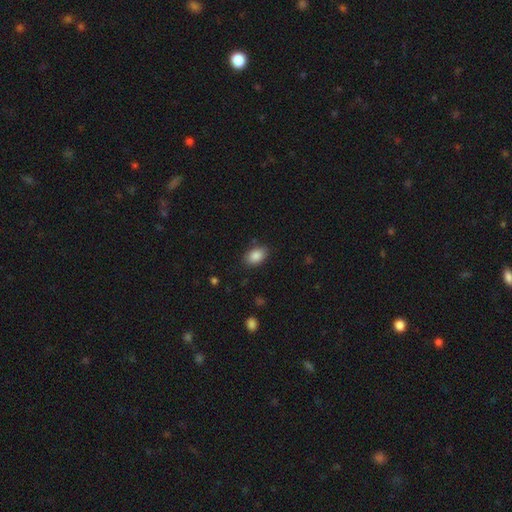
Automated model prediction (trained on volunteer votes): A smooth galaxy with no disk features (87%) that is in between round and cigar-shaped (87%).

Vote fractions:
- Smooth or featured? smooth: 87% / star or artifact: 8% / featured or disk: 5%
- How rounded? in between: 87% / round: 12% / cigar-shaped: 1%
- Merging? none: 85% / minor disturbance: 11% / major disturbance: 3% / merger: 1%